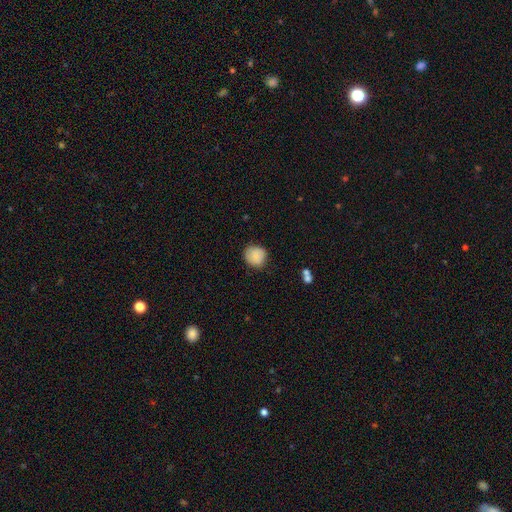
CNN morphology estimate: The model was most divided on "merging": none: 81%, minor disturbance: 14%, major disturbance: 3%, merger: 1%. More confident: how rounded — round (86%); smooth or featured — smooth (85%).